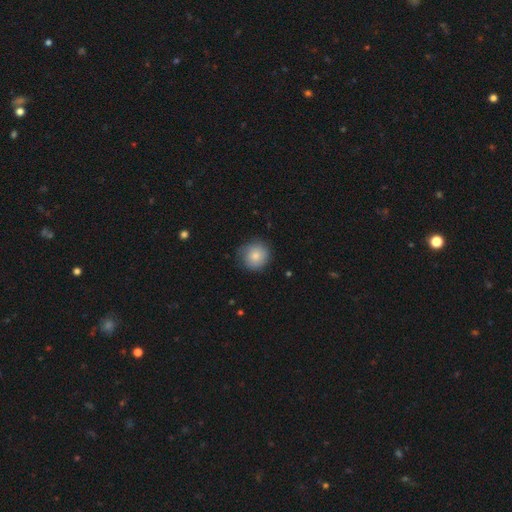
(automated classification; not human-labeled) smooth 82%, featured or disk 11%, star or artifact 8%. Down the decision tree: how rounded — round (91%); merging — none (75%).